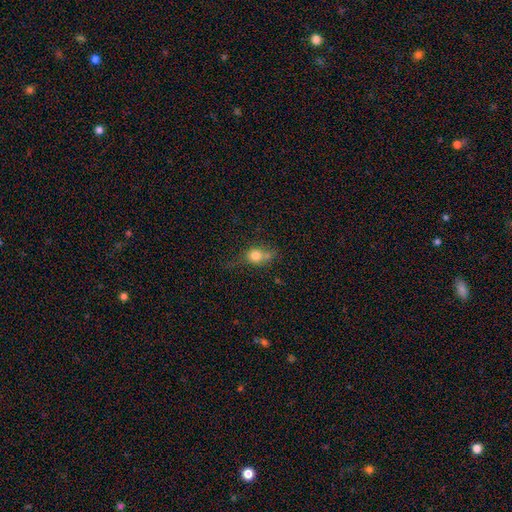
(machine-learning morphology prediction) This appears to be a smooth galaxy with no disk features (74%) that is round (61%). Merging: none (42%).